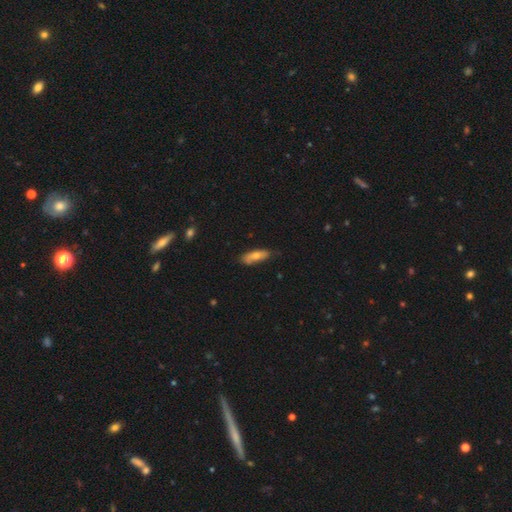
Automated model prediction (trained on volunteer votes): Overall: smooth (65%; featured or disk 28%). How rounded: in between (51%; cigar-shaped 47%). Merging: none (69%).